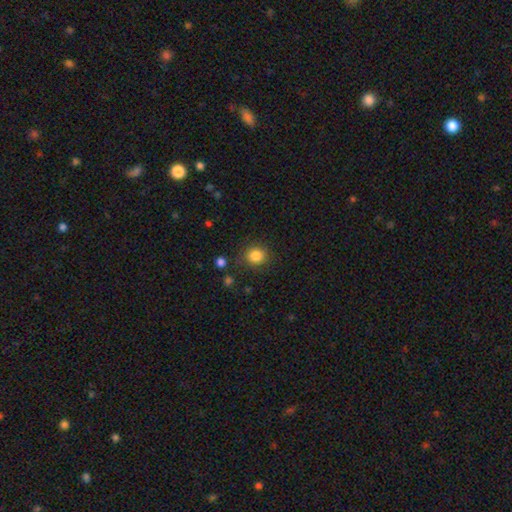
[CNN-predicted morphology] This appears to be a smooth galaxy with no disk features (85%) that is round (84%). Merging: none (84%).